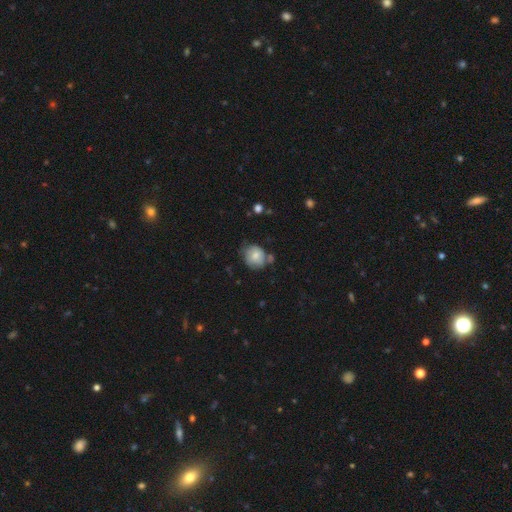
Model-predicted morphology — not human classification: Smooth or featured: smooth — 73% (featured or disk — 19%)
How rounded: round — 76% (in between — 23%)
Merging: none — 58% (minor disturbance — 26%)